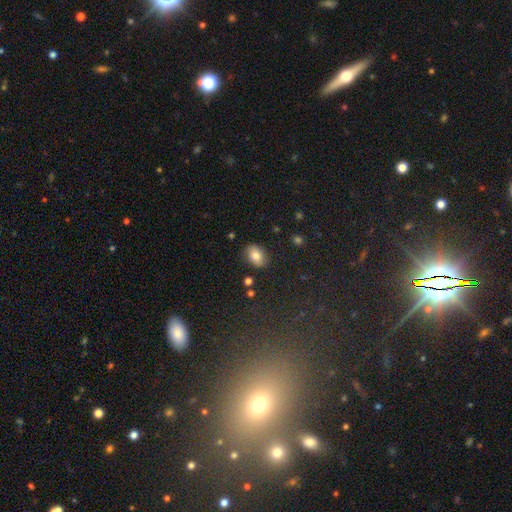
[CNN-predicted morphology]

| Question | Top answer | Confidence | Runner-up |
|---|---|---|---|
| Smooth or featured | smooth | 80% | featured or disk (11%) |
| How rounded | in between | 80% | round (19%) |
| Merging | none | 83% | minor disturbance (12%) |